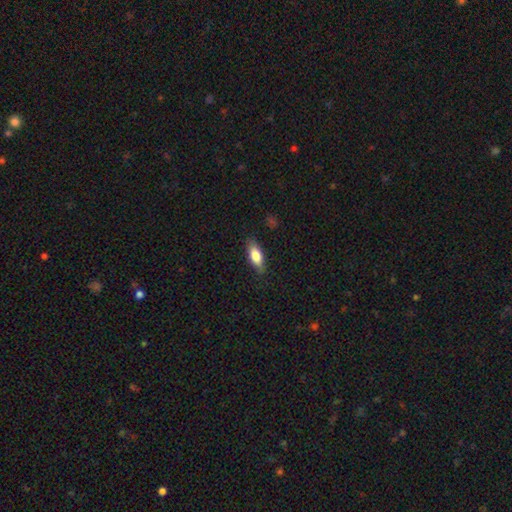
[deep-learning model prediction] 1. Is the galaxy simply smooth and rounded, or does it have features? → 76% smooth, 17% featured or disk, 6% star or artifact.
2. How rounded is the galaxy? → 75% in between, 22% cigar-shaped, 3% round.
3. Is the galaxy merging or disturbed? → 83% none, 13% minor disturbance, 3% major disturbance, 1% merger.